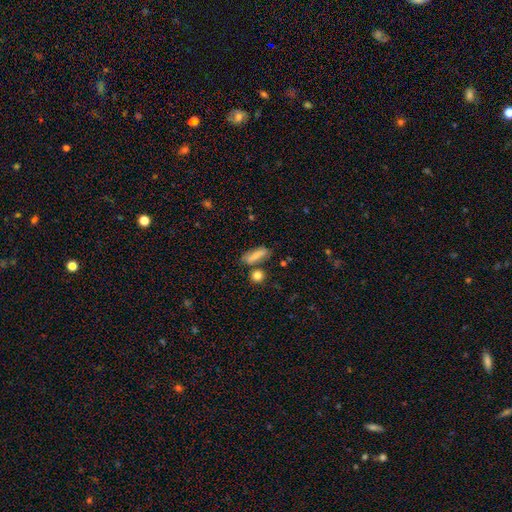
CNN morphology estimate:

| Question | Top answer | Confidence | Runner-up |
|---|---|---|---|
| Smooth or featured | smooth | 78% | featured or disk (13%) |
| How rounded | cigar-shaped | 48% | in between (46%) |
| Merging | none | 66% | minor disturbance (18%) |